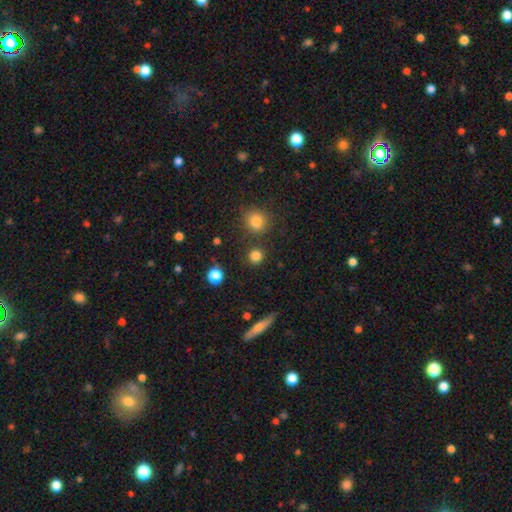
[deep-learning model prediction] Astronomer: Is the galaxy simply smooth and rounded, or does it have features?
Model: smooth — 82%.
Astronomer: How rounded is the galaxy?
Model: round — 92%.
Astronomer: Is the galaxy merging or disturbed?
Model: none — 86%.